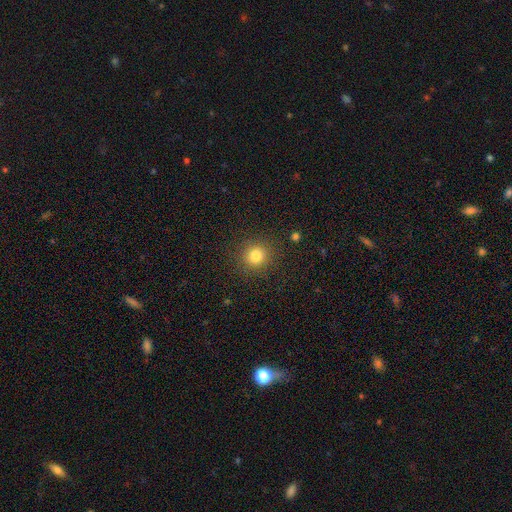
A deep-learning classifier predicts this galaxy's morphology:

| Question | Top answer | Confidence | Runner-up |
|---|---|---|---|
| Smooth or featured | smooth | 81% | star or artifact (13%) |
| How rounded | round | 92% | in between (7%) |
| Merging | none | 90% | minor disturbance (6%) |